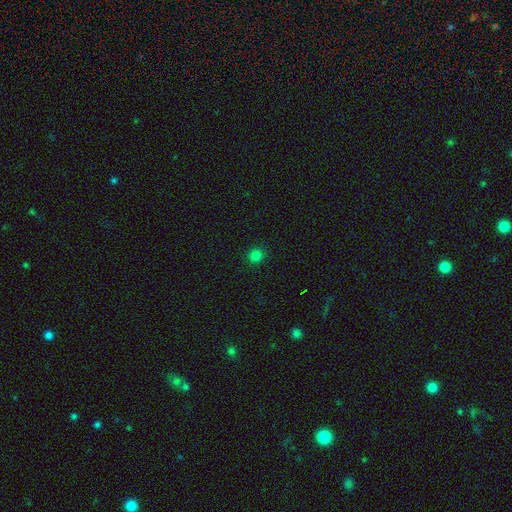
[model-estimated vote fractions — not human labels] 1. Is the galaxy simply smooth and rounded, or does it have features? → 81% smooth, 16% star or artifact, 3% featured or disk.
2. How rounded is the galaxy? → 94% round, 5% in between, 1% cigar-shaped.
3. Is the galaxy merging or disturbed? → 93% none, 5% minor disturbance, 2% major disturbance, 1% merger.